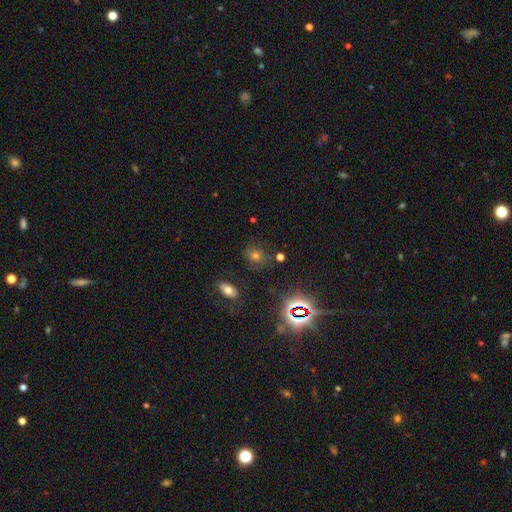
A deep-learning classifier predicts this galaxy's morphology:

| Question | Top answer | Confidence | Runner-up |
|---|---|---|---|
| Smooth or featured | smooth | 41% | tied: star or artifact (41%) |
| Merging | none | 76% | minor disturbance (14%) |